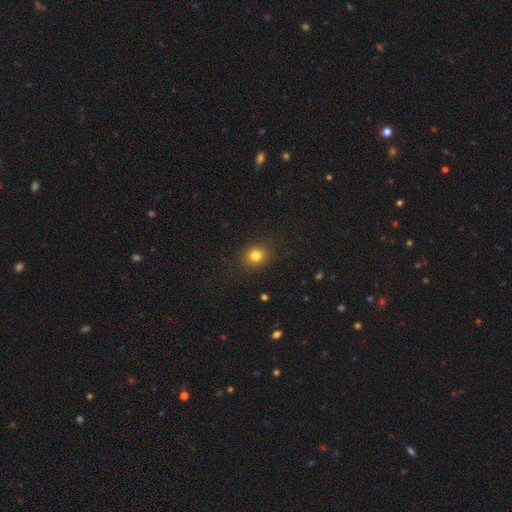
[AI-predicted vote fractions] Smooth or featured: smooth — 81% (star or artifact — 13%)
How rounded: round — 76% (in between — 23%)
Merging: none — 88% (minor disturbance — 8%)